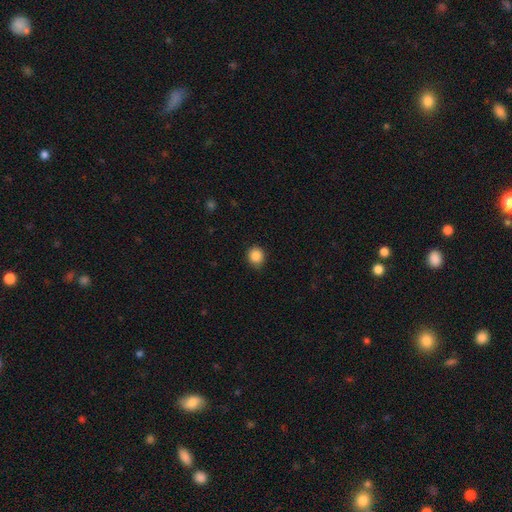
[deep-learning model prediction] Smooth or featured? Predicted: smooth (p=0.87). How rounded? Predicted: round (p=0.83). Merging? Predicted: none (p=0.81).